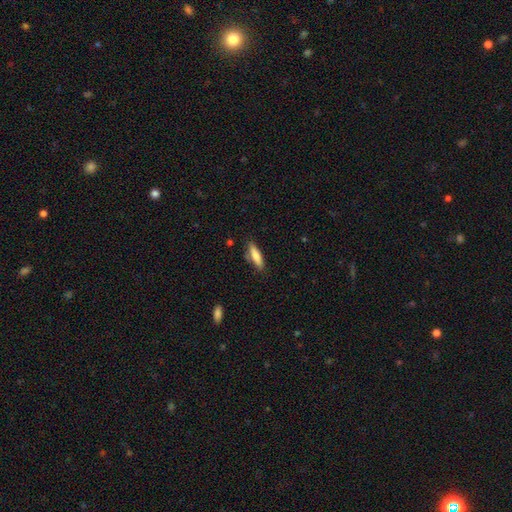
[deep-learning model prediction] Smooth or featured: smooth — 78% (featured or disk — 16%)
How rounded: cigar-shaped — 63% (in between — 36%)
Merging: none — 79% (minor disturbance — 15%)